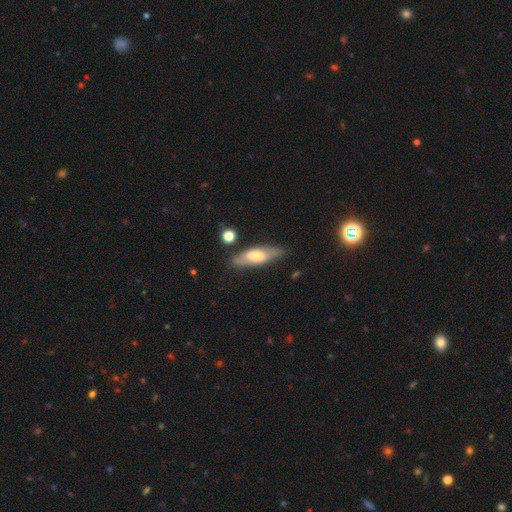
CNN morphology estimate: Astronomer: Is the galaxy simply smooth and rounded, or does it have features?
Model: smooth — 51% (runner-up: featured or disk, 42%).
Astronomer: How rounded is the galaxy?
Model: in between — 52% (runner-up: cigar-shaped, 46%).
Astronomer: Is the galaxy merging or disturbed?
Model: none — 77%.